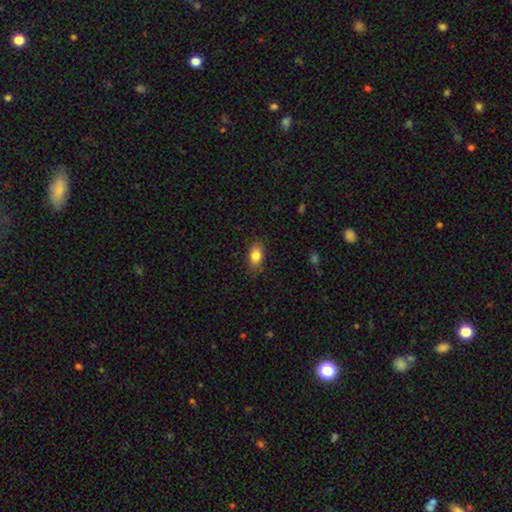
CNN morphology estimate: Smooth or featured: smooth — 84% (star or artifact — 8%)
How rounded: in between — 84% (round — 14%)
Merging: none — 83% (minor disturbance — 13%)